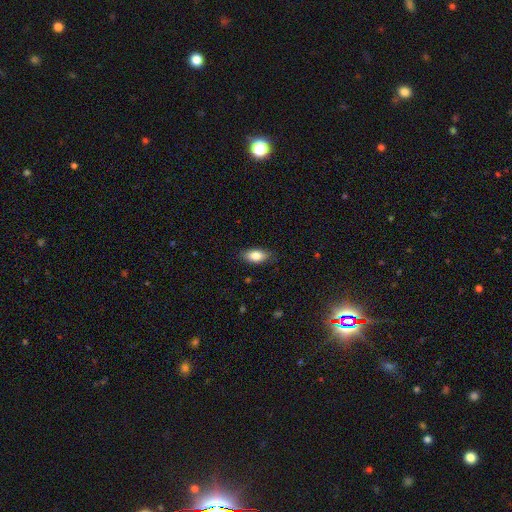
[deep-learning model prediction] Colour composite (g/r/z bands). It shows a smooth galaxy with no disk features (82%) that is in between round and cigar-shaped (89%). Merging: none (84%).